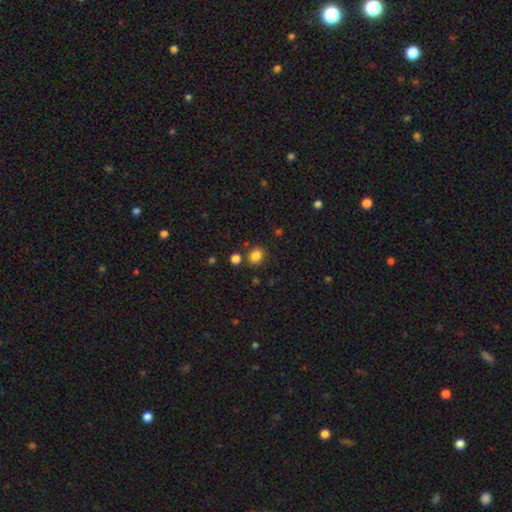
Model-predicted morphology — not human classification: smooth_or_featured: smooth (p=0.83) [alt: star or artifact p=0.12]
how_rounded: round (p=0.54) [alt: in between p=0.45]
merging: none (p=0.78) [alt: minor disturbance p=0.11]